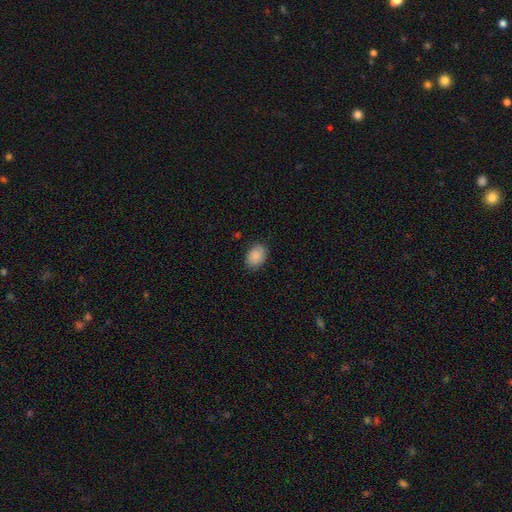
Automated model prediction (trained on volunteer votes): A smooth galaxy with no disk features (89%) that is in between round and cigar-shaped (78%). Merging: none (82%).